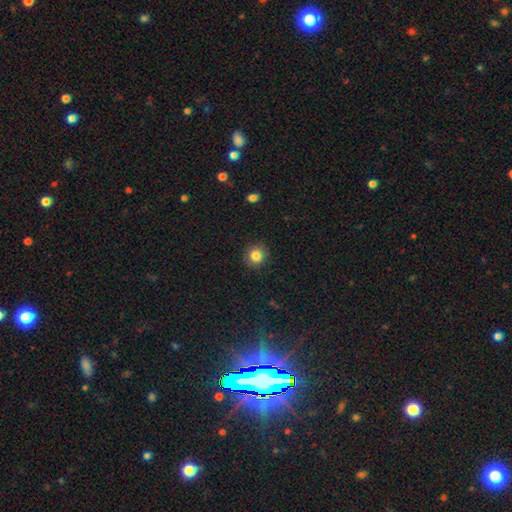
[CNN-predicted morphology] type=smooth (84%); roundness=round (87%); merging=none (88%).